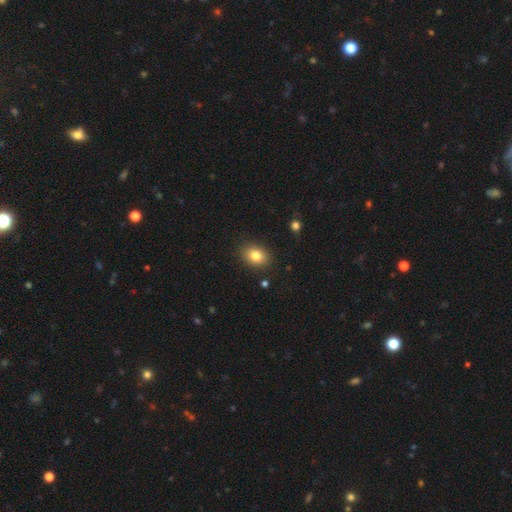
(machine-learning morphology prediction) Smooth or featured?
  - smooth: 82% *
  - star or artifact: 10%
  - featured or disk: 8%
How rounded?
  - in between: 63% *
  - round: 36%
  - cigar-shaped: 1%
Merging?
  - none: 87% *
  - minor disturbance: 9%
  - major disturbance: 2%
  - merger: 2%